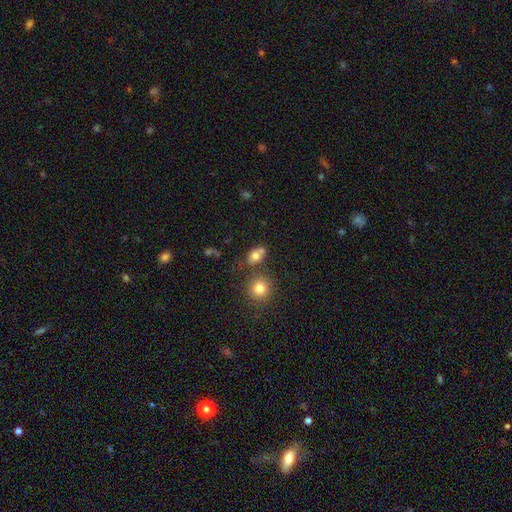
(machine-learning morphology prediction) The model was most divided on "how rounded": round: 51%, in between: 47%, cigar-shaped: 2%. More confident: smooth or featured — smooth (76%); merging — none (52%).